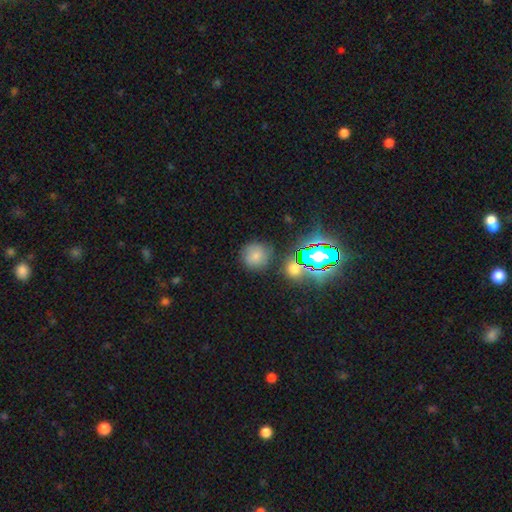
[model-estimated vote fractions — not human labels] A smooth galaxy with no disk features (71%) that is round (92%).

Vote fractions:
- Smooth or featured? smooth: 71% / star or artifact: 19% / featured or disk: 10%
- How rounded? round: 92% / in between: 7% / cigar-shaped: 1%
- Merging? none: 81% / minor disturbance: 10% / merger: 5% / major disturbance: 4%